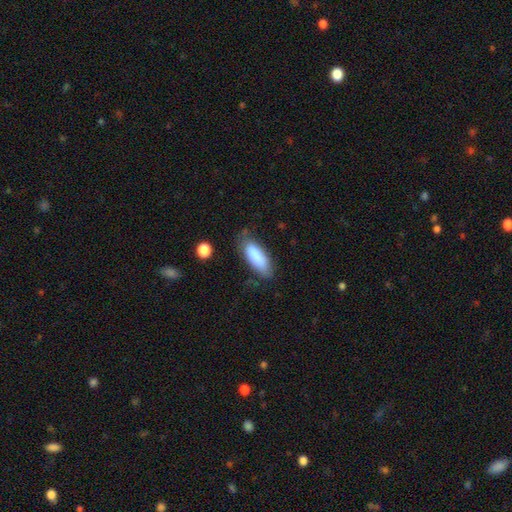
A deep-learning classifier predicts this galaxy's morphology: Smooth or featured: smooth — 85% (featured or disk — 8%)
How rounded: in between — 68% (cigar-shaped — 30%)
Merging: none — 71% (minor disturbance — 21%)